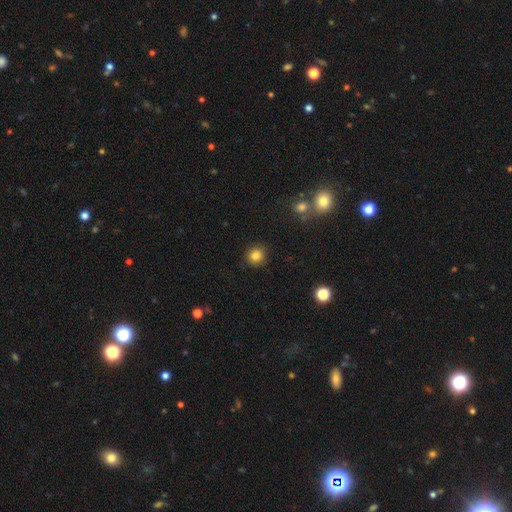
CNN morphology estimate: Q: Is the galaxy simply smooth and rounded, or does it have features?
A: smooth — 84%.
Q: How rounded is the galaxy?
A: round — 91%.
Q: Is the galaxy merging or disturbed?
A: none — 90%.